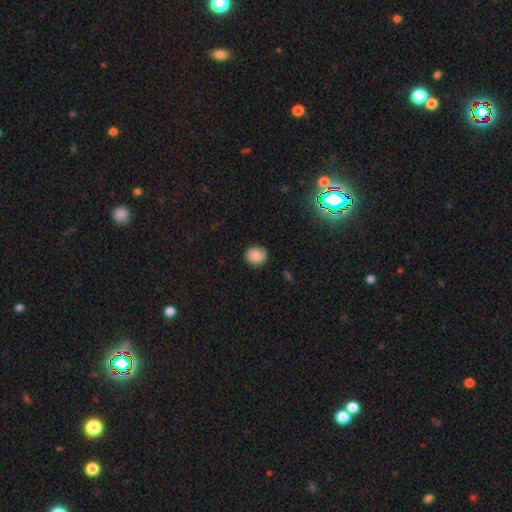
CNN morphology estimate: Smooth or featured? Predicted: smooth (p=0.86). How rounded? Predicted: round (p=0.78). Merging? Predicted: none (p=0.87).